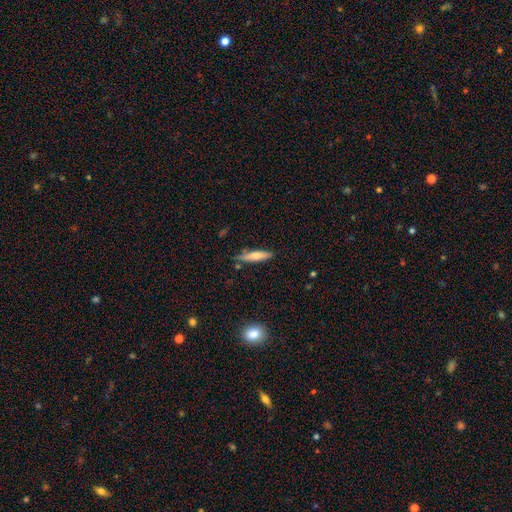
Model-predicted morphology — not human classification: A smooth galaxy with no disk features (67%) that is cigar-shaped (82%).

Vote fractions:
- Smooth or featured? smooth: 67% / featured or disk: 27% / star or artifact: 6%
- How rounded? cigar-shaped: 82% / in between: 16% / round: 2%
- Merging? none: 80% / minor disturbance: 14% / merger: 3% / major disturbance: 3%